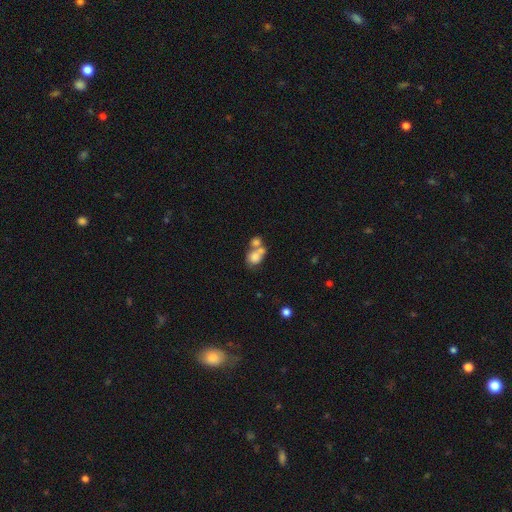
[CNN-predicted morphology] Smooth or featured? smooth (72%)
How rounded? in between (50%)
Merging? merger (62%)